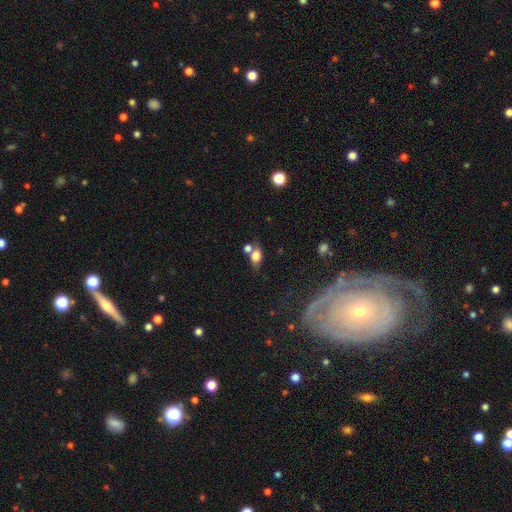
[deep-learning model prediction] smooth-or-featured: smooth: 75% | featured or disk: 14% | star or artifact: 11%
  how-rounded: in between: 77% | round: 19% | cigar-shaped: 3%
  merging: none: 44% | merger: 32% | minor disturbance: 16% | major disturbance: 7%